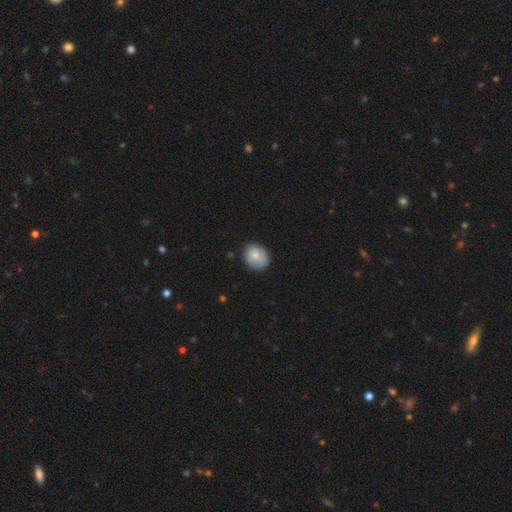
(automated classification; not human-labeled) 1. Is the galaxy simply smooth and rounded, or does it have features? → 75% smooth, 18% featured or disk, 7% star or artifact.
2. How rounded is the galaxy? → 61% round, 38% in between, 1% cigar-shaped.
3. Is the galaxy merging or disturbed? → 69% none, 23% minor disturbance, 6% major disturbance, 2% merger.